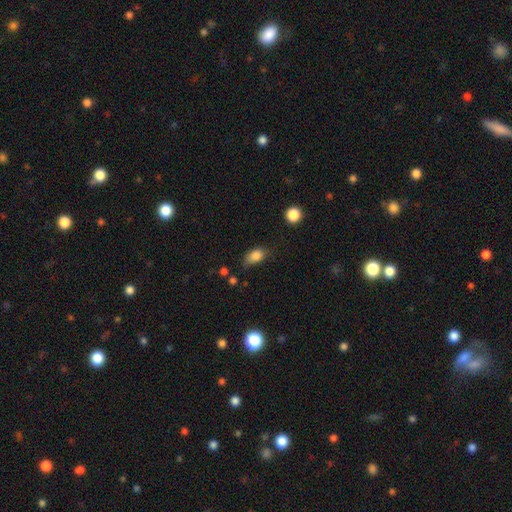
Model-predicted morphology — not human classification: This is clearly a smooth galaxy (84%). How rounded: clearly in between (85%). Merging: possibly none (58%).